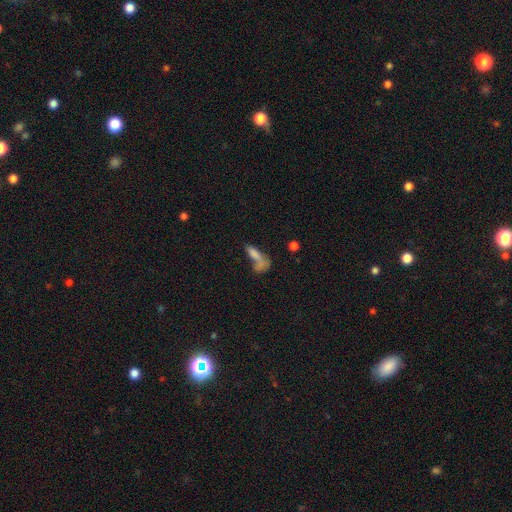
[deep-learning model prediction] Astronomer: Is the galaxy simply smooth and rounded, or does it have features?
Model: smooth — 69%.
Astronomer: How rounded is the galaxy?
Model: in between — 54% (runner-up: cigar-shaped, 41%).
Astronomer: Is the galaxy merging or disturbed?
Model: merger — 34% (runner-up: none, 28%).